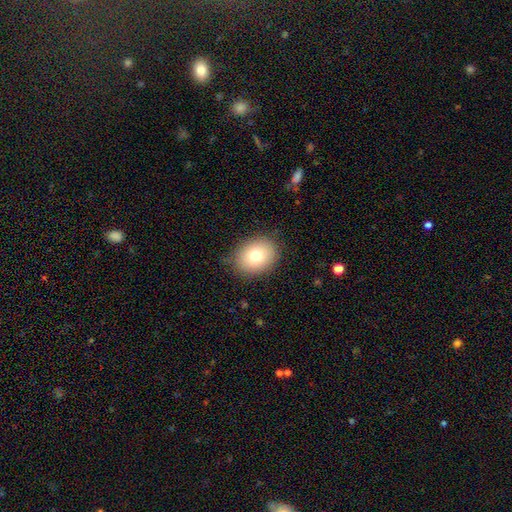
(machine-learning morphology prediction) Smooth or featured: smooth — 77% (featured or disk — 13%)
How rounded: in between — 51% (round — 48%)
Merging: none — 83% (minor disturbance — 13%)